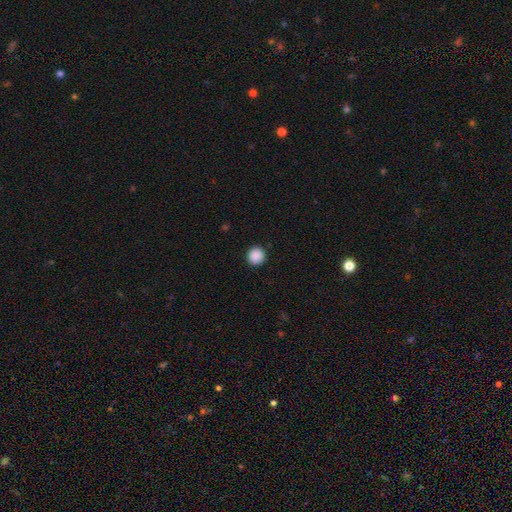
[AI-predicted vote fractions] Smooth or featured: smooth — 89% (star or artifact — 9%)
How rounded: round — 94% (in between — 6%)
Merging: none — 92% (minor disturbance — 5%)